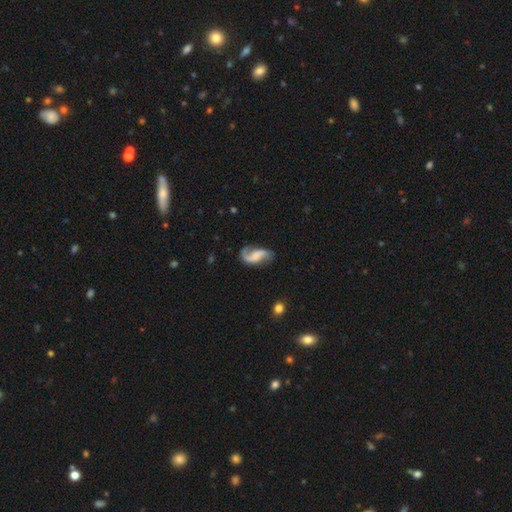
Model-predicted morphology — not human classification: A featured or disk galaxy (80%) with a weak bar (41%), 2 (83%) loose (69%) spiral arms (95%) and no central bulge (52%).

Vote fractions:
- Smooth or featured? featured or disk: 80% / smooth: 14% / star or artifact: 6%
- Edge-on disk? no: 97% / yes: 3%
- Bar? weak: 41% / no: 38% / strong: 21%
- Spiral arms? yes: 95% / no: 5%
- Spiral winding? loose: 69% / medium: 25% / tight: 6%
- Spiral arm count? 2: 83% / 1: 11% / can't tell: 3% / 3: 1% / 4: 1% / more than 4: 1%
- Bulge size? none: 52% / small: 21% / moderate: 16% / large: 8% / dominant: 2%
- Merging? none: 63% / minor disturbance: 20% / major disturbance: 14% / merger: 3%